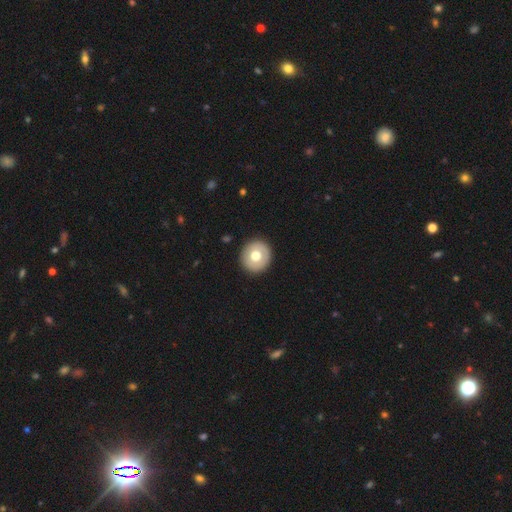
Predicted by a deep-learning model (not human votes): Morphology: type=smooth (67%); roundness=round (93%); merging=none (92%).